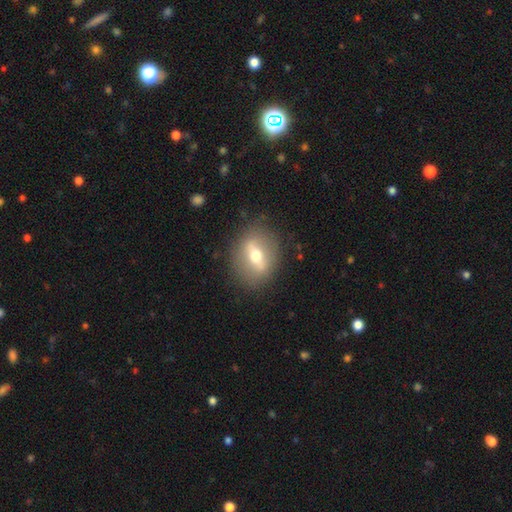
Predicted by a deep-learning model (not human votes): smooth_or_featured: featured or disk (p=0.55) [alt: smooth p=0.36]
disk_edge_on: no (p=0.61) [alt: yes p=0.39]
merging: none (p=0.84) [alt: minor disturbance p=0.11]